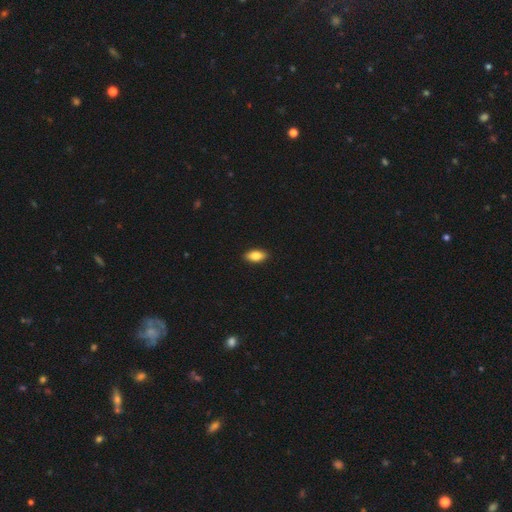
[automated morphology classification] Smooth or featured? smooth (83%)
How rounded? in between (89%)
Merging? none (90%)